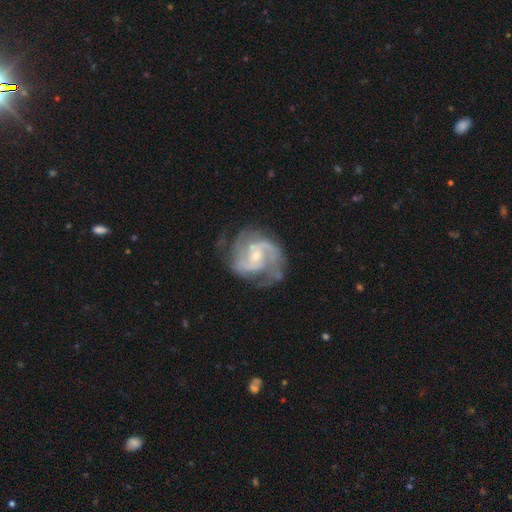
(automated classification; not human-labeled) featured or disk 89%, star or artifact 5%, smooth 5%. Down the decision tree: edge-on disk — no (98%); bar — no (48%); spiral arms — yes (97%); spiral arm count — 2 (63%); spiral winding — medium (52%); bulge size — small (63%); merging — none (67%).